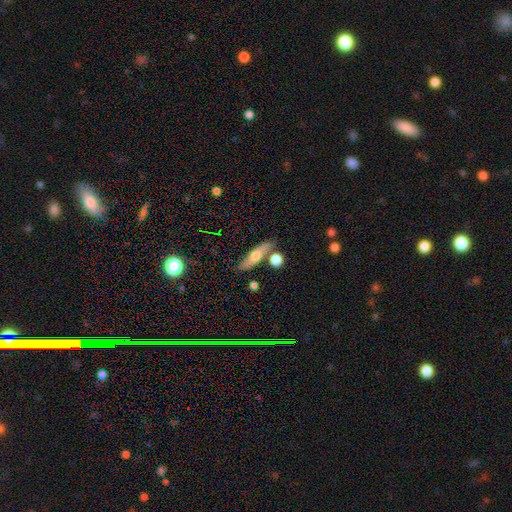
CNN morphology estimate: Smooth or featured? smooth (52%)
How rounded? cigar-shaped (51%)
Merging? none (71%)